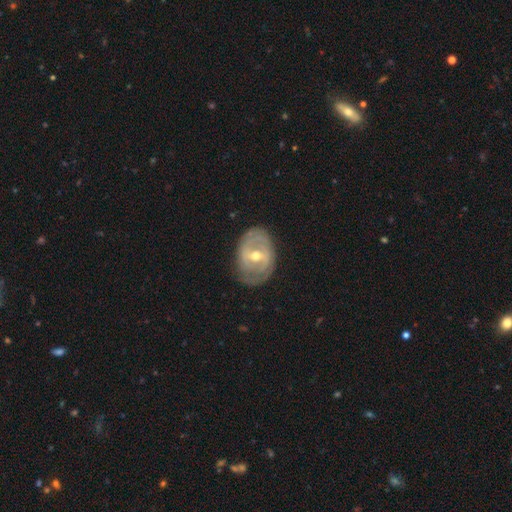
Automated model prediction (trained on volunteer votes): Overall: featured or disk (77%). Edge-on disk: no (95%). Bar: weak (48%; strong 29%). Spiral arms: yes (76%). Spiral arm count: 2 (58%; can't tell 27%). Spiral winding: tight (54%; medium 33%). Bulge size: moderate (64%; small 32%). Merging: none (73%).